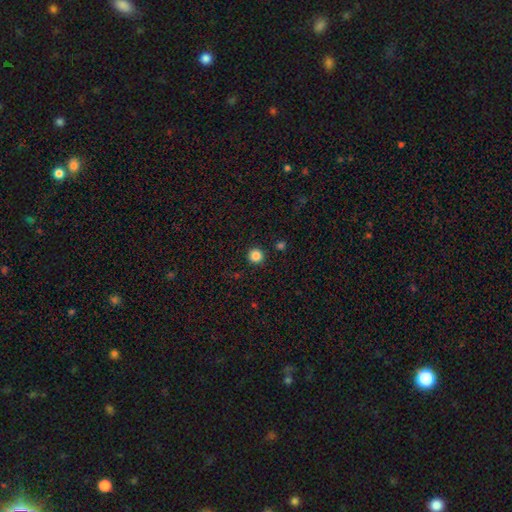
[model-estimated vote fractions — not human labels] This is clearly a smooth galaxy (85%). How rounded: clearly round (96%). Merging: clearly none (93%).